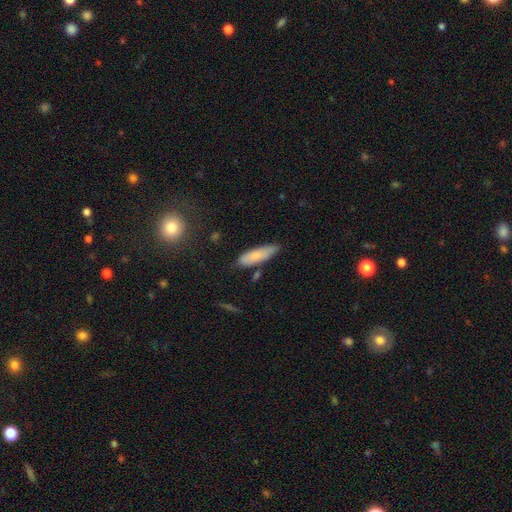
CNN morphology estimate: A smooth galaxy with no disk features (77%) that is cigar-shaped (53%). Merging: none (71%).